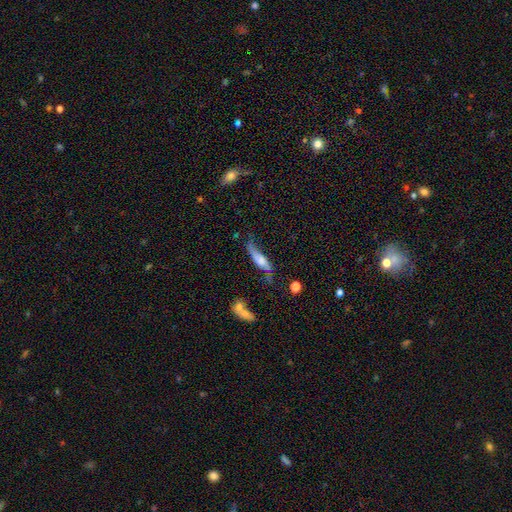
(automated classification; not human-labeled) Smooth or featured? featured or disk (58%)
Edge-on disk? yes (56%)
Merging? none (45%)